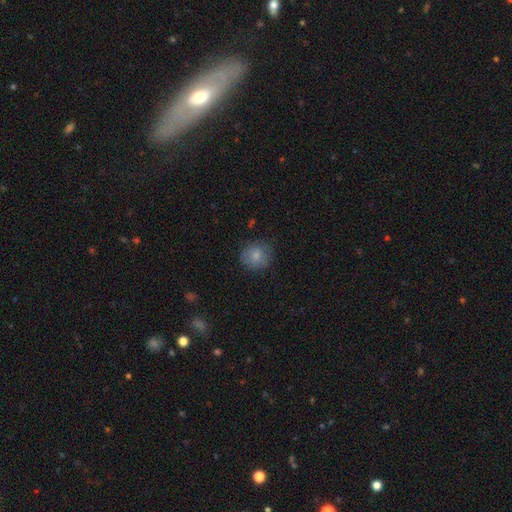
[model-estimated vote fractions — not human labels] Smooth or featured? Predicted: smooth (p=0.82). How rounded? Predicted: round (p=0.87). Merging? Predicted: none (p=0.79).